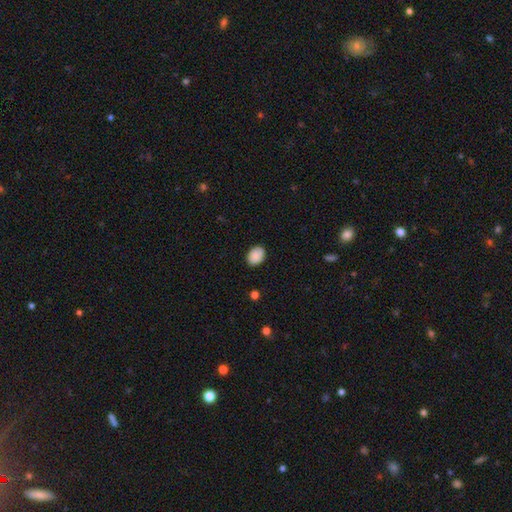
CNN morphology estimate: type=smooth (86%); roundness=in between (74%); merging=none (82%).